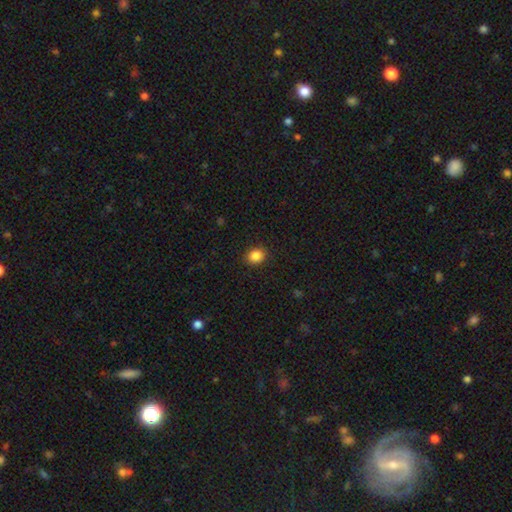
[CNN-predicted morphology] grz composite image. It shows a smooth galaxy with no disk features (87%) that is round (58%). Merging: none (90%).